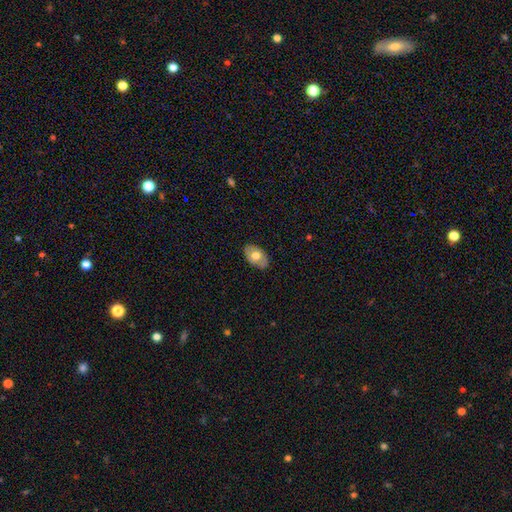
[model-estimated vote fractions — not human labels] Smooth or featured?
  - smooth: 61% *
  - featured or disk: 33%
  - star or artifact: 7%
How rounded?
  - in between: 87% *
  - round: 12%
  - cigar-shaped: 1%
Merging?
  - none: 83% *
  - minor disturbance: 13%
  - major disturbance: 2%
  - merger: 1%